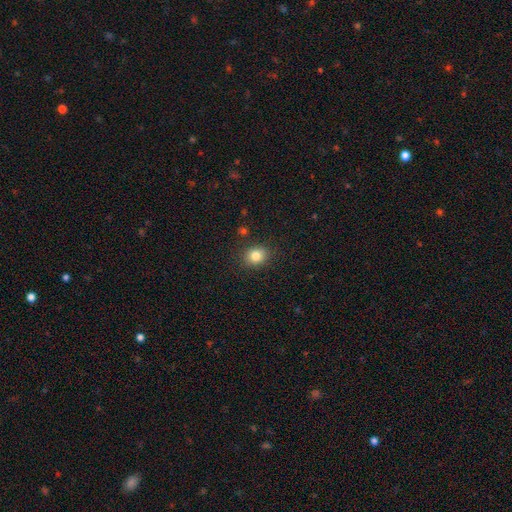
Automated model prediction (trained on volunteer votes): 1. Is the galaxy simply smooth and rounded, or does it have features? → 82% smooth, 11% star or artifact, 7% featured or disk.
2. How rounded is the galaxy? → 64% round, 35% in between, 1% cigar-shaped.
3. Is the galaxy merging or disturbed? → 87% none, 9% minor disturbance, 2% major disturbance, 2% merger.